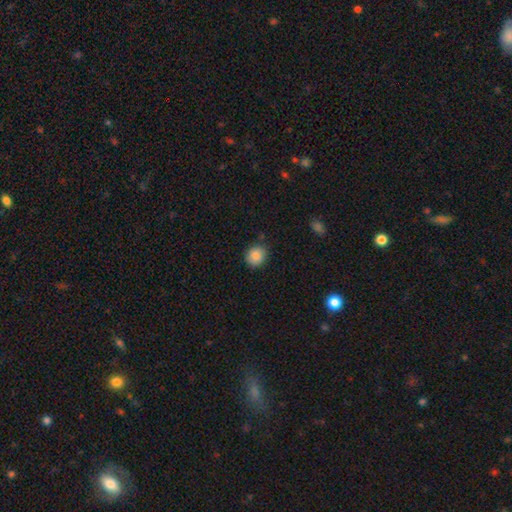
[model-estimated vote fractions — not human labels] Smooth or featured? smooth (87%)
How rounded? round (79%)
Merging? none (84%)